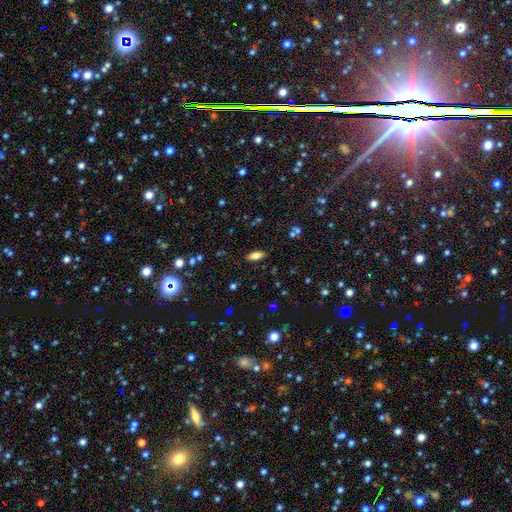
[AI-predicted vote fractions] Smooth or featured? smooth (78%)
How rounded? in between (86%)
Merging? none (86%)